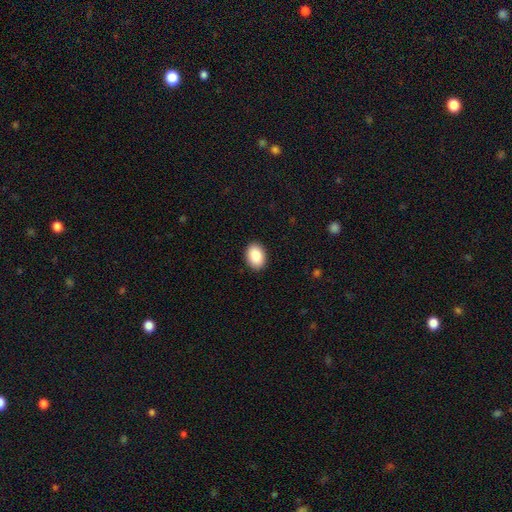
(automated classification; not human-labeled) A smooth galaxy with no disk features (90%) that is in between round and cigar-shaped (84%). Merging: none (91%).